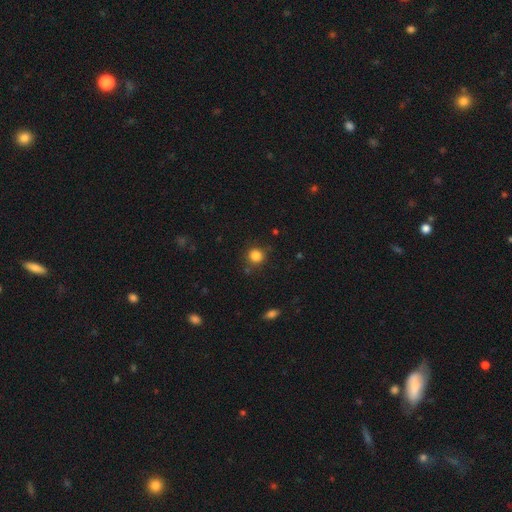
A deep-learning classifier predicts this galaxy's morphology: This is clearly a smooth galaxy (83%). How rounded: clearly round (92%). Merging: clearly none (84%).